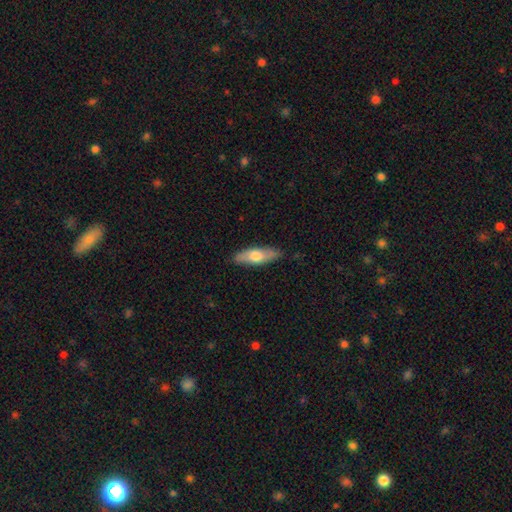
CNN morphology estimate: A smooth galaxy with no disk features (63%) that is in between round and cigar-shaped (53%). Merging: none (85%).